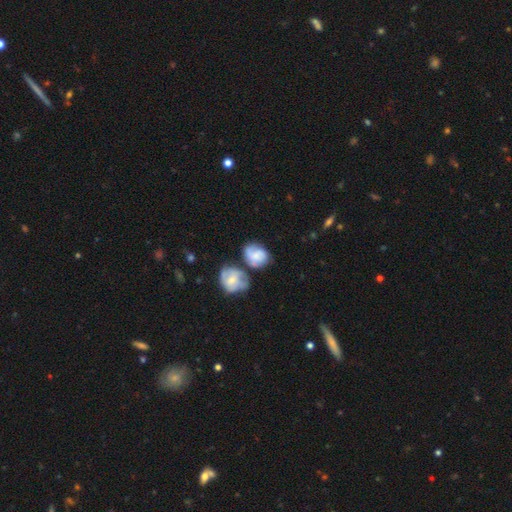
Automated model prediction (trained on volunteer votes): A smooth galaxy with no disk features (54%) that is round (50%).

Vote fractions:
- Smooth or featured? smooth: 54% / featured or disk: 38% / star or artifact: 8%
- How rounded? round: 50% / in between: 49% / cigar-shaped: 1%
- Merging? merger: 33% (tied) / none: 33% (tied) / minor disturbance: 21% / major disturbance: 13%